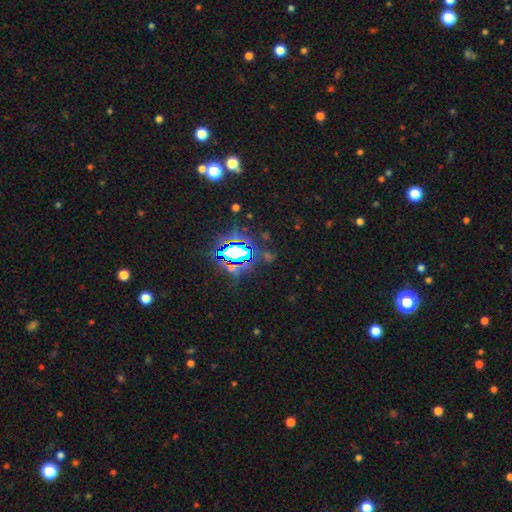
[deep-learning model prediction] Q: Smooth or featured?
A: star or artifact (82%); runner-up: smooth (11%)